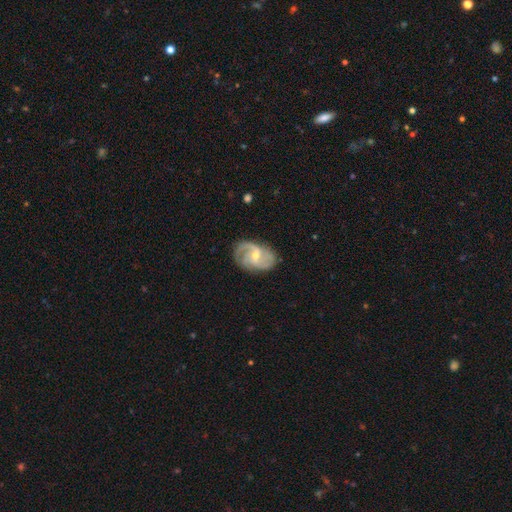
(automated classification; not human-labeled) Overall: featured or disk (87%). Edge-on disk: no (98%). Bar: weak (46%; no 41%). Spiral arms: yes (97%). Spiral arm count: 2 (45%; 3 32%). Spiral winding: medium (52%; tight 26%). Bulge size: small (58%; moderate 39%). Merging: none (75%).